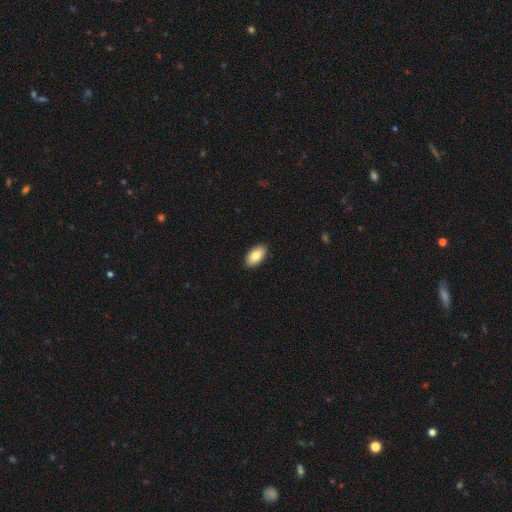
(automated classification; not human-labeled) Overall: smooth (83%). How rounded: in between (95%). Merging: none (90%).